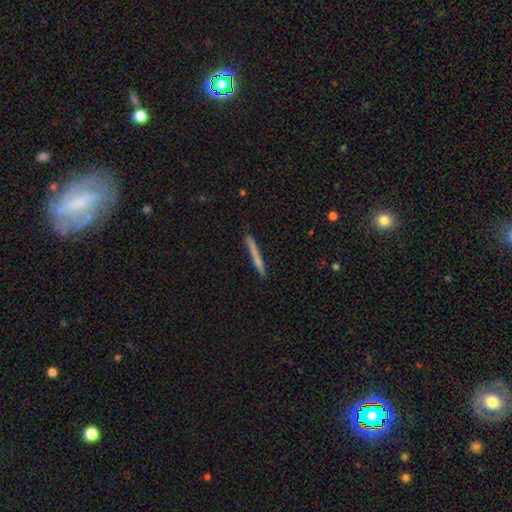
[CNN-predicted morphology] smooth 61%, featured or disk 33%, star or artifact 6%. Down the decision tree: how rounded — cigar-shaped (97%); merging — none (89%).